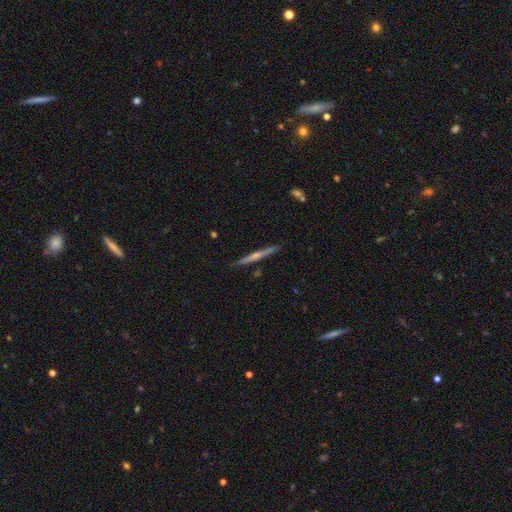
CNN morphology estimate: Smooth or featured: featured or disk — 71% (smooth — 23%)
Edge-on disk: yes — 98% (no — 2%)
Edge-on bulge: rounded — 64% (none — 30%)
Merging: none — 90% (minor disturbance — 8%)